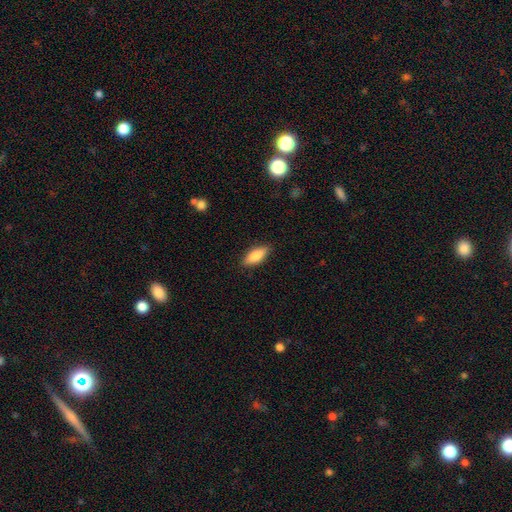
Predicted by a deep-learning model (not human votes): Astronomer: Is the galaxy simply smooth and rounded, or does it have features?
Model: smooth — 82%.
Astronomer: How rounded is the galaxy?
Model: in between — 73%.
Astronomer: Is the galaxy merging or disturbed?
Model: none — 87%.